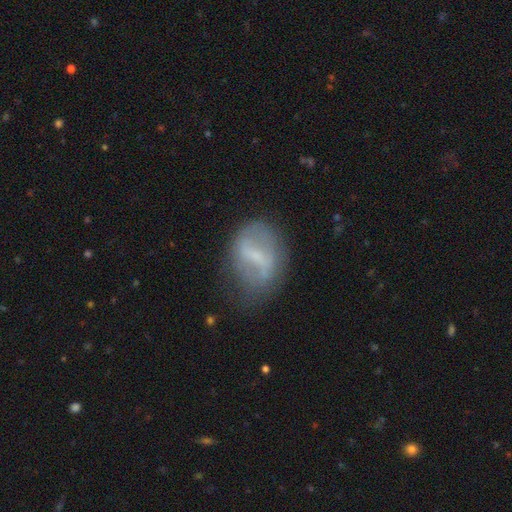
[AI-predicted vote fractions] Smooth or featured?
  - featured or disk: 58% *
  - smooth: 33%
  - star or artifact: 9%
Edge-on disk?
  - no: 93% *
  - yes: 7%
Bar?
  - strong: 48% *
  - weak: 37%
  - no: 14%
Spiral arms?
  - no: 59% *
  - yes: 41%
Bulge size?
  - small: 49% *
  - none: 31%
  - moderate: 17%
  - large: 2%
  - dominant: 1%
Merging?
  - none: 57% *
  - minor disturbance: 26%
  - major disturbance: 15%
  - merger: 3%